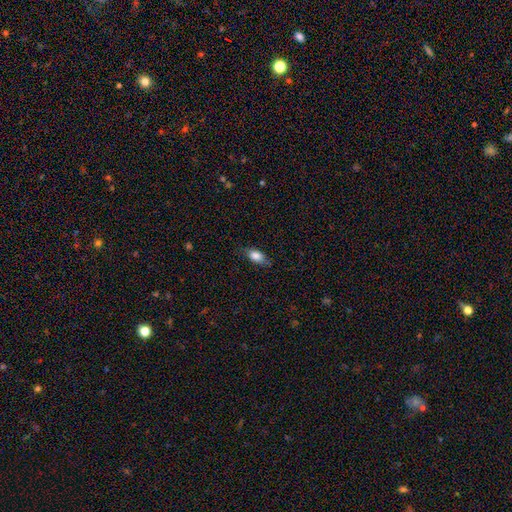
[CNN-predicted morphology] smooth 82%, featured or disk 10%, star or artifact 8%. Down the decision tree: how rounded — in between (85%); merging — none (75%).